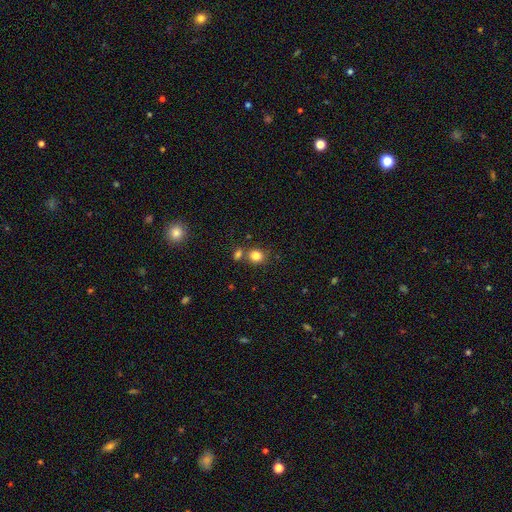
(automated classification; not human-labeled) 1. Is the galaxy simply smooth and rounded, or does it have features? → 82% smooth, 11% star or artifact, 6% featured or disk.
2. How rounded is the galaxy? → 69% round, 30% in between, 1% cigar-shaped.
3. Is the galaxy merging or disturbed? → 63% none, 22% merger, 11% minor disturbance, 4% major disturbance.